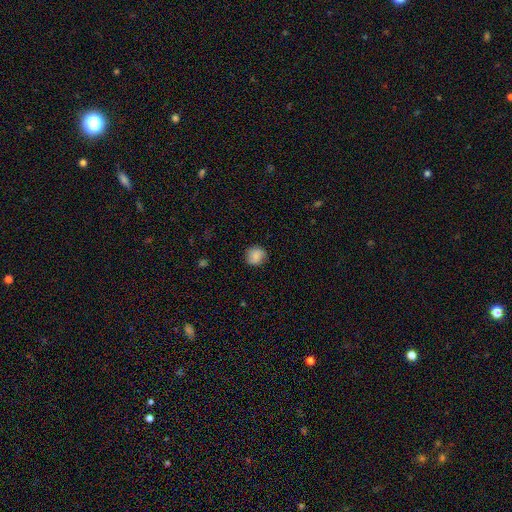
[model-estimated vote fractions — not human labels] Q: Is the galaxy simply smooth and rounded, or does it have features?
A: smooth — 84%.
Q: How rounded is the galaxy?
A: round — 88%.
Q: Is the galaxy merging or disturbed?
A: none — 84%.